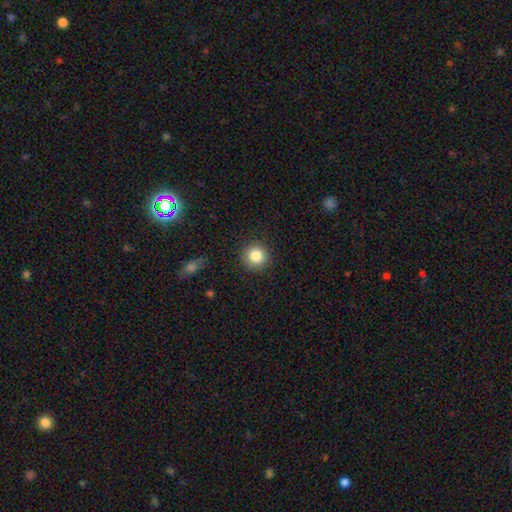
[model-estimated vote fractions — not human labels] Overall: smooth (84%). How rounded: round (95%). Merging: none (90%).